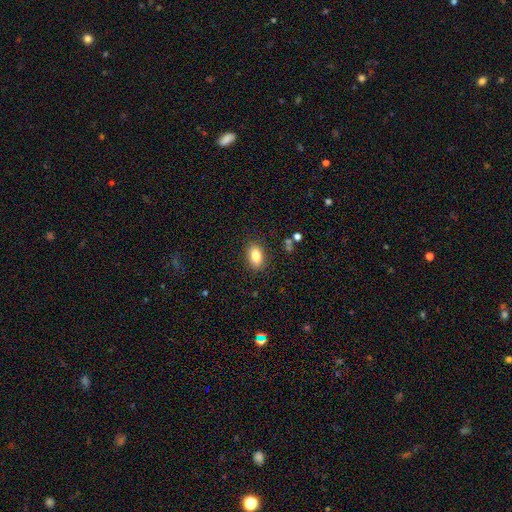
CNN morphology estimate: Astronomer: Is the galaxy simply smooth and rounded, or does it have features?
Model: smooth — 84%.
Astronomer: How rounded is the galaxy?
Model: in between — 89%.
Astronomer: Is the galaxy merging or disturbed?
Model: none — 86%.